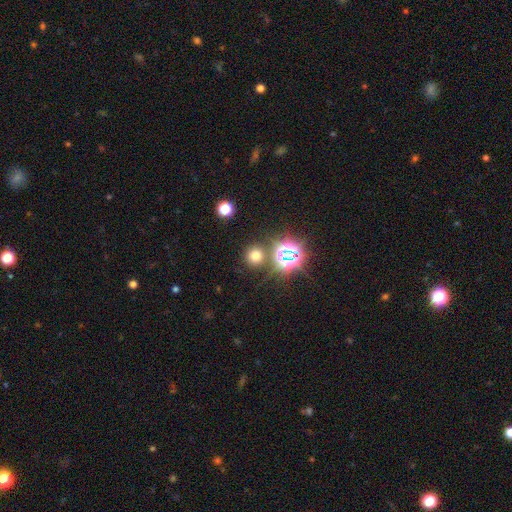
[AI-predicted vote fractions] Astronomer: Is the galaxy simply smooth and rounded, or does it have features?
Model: smooth — 61%.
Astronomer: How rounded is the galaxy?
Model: round — 91%.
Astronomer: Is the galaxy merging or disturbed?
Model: none — 83%.